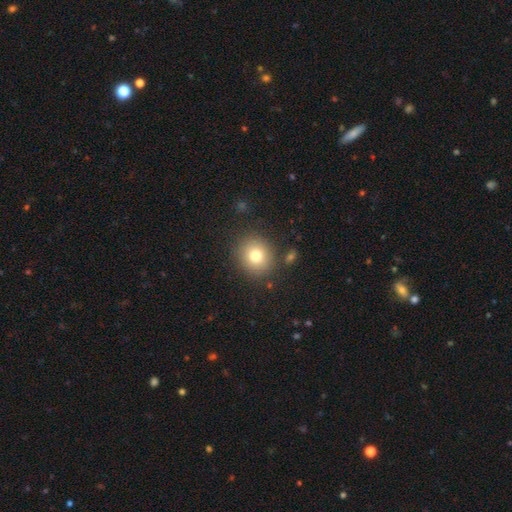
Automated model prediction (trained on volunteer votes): A smooth galaxy with no disk features (78%) that is round (82%).

Vote fractions:
- Smooth or featured? smooth: 78% / star or artifact: 12% / featured or disk: 10%
- How rounded? round: 82% / in between: 17% / cigar-shaped: 1%
- Merging? none: 86% / minor disturbance: 8% / major disturbance: 3% / merger: 3%